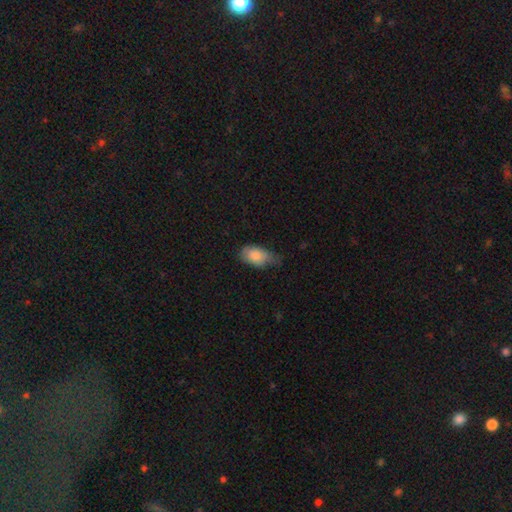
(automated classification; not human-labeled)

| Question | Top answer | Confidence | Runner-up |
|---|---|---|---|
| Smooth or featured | smooth | 83% | featured or disk (11%) |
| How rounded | in between | 90% | round (7%) |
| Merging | minor disturbance | 45% | none (40%) |